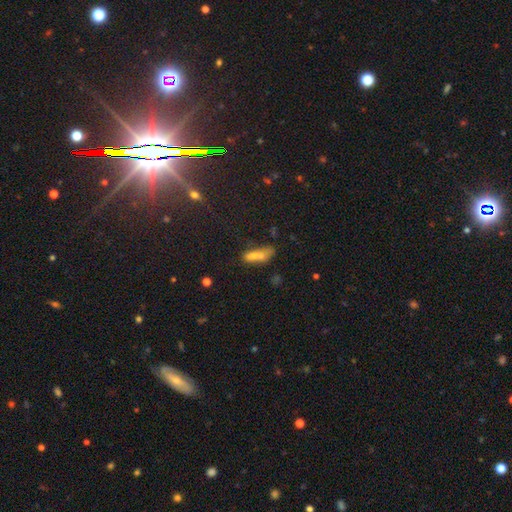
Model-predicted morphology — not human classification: The model was most divided on "merging": merger: 55%, none: 24%, minor disturbance: 12%, major disturbance: 9%. More confident: smooth or featured — smooth (64%); how rounded — in between (63%).